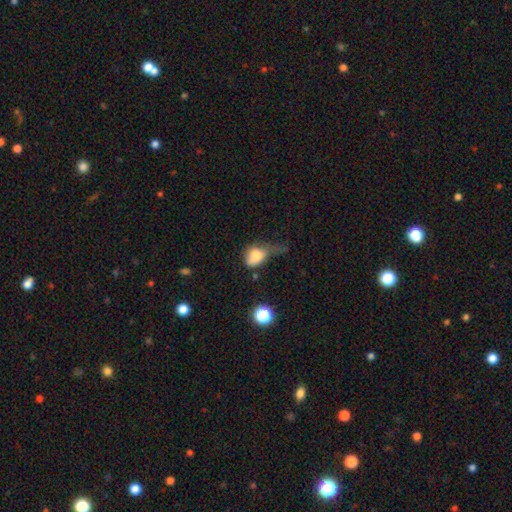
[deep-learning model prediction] Smooth or featured: smooth — 73% (featured or disk — 17%)
How rounded: in between — 66% (round — 31%)
Merging: major disturbance — 46% (minor disturbance — 30%)